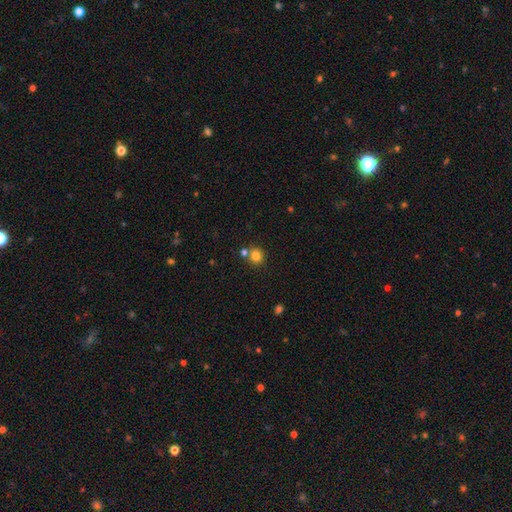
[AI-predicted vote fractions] smooth-or-featured: smooth: 81% | star or artifact: 12% | featured or disk: 7%
  how-rounded: round: 85% | in between: 14% | cigar-shaped: 1%
  merging: none: 67% | merger: 22% | minor disturbance: 8% | major disturbance: 3%